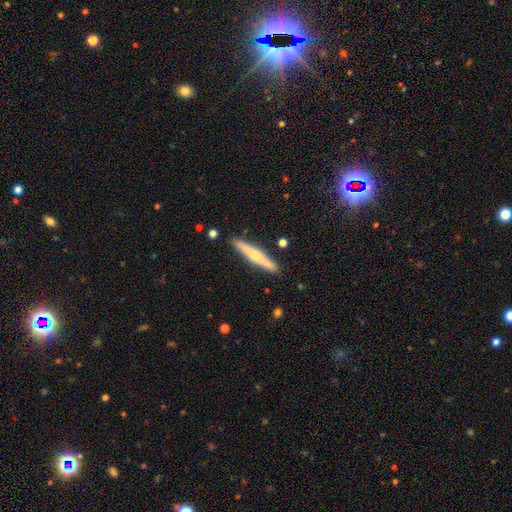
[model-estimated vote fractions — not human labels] Smooth or featured: featured or disk — 51% (smooth — 43%)
Edge-on disk: yes — 97% (no — 3%)
Merging: none — 89% (minor disturbance — 7%)